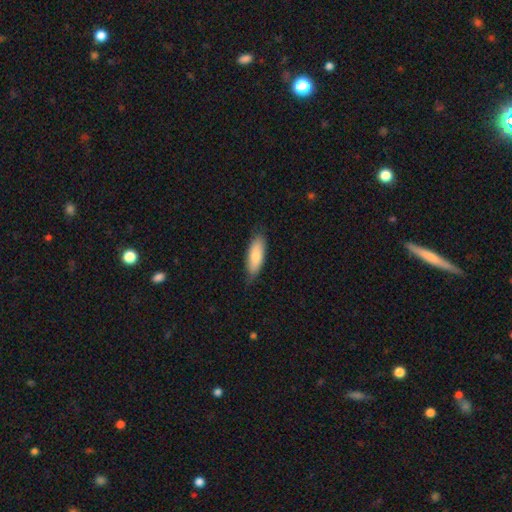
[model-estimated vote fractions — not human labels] smooth-or-featured: smooth: 80% | featured or disk: 14% | star or artifact: 6%
  how-rounded: in between: 68% | cigar-shaped: 30% | round: 2%
  merging: none: 79% | minor disturbance: 17% | major disturbance: 3% | merger: 1%